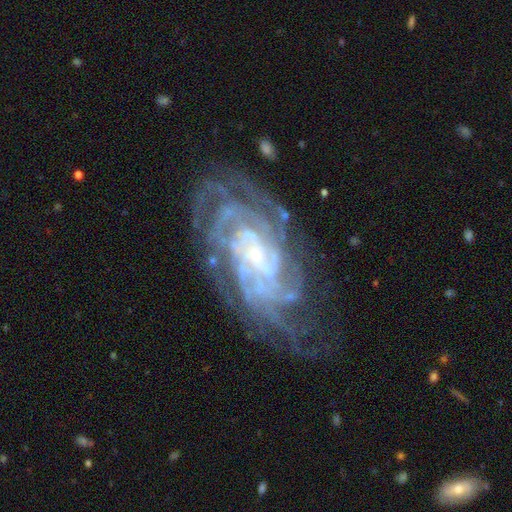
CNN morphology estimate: Smooth or featured? featured or disk (89%)
Edge-on disk? no (96%)
Bar? no (57%)
Spiral arms? yes (98%)
Spiral winding? tight (73%)
Spiral arm count? can't tell (25%)
Bulge size? small (78%)
Merging? none (68%)